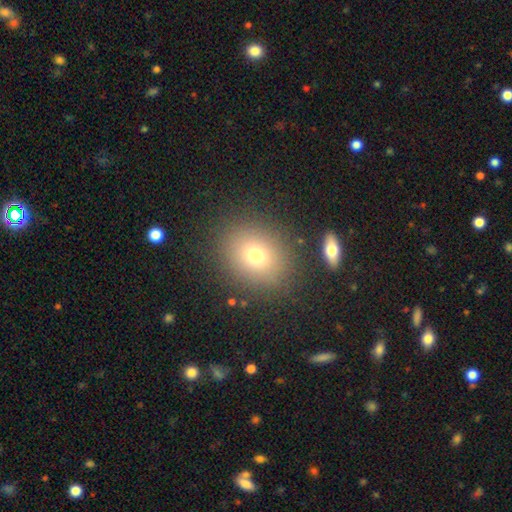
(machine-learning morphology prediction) Smooth or featured: smooth — 73% (star or artifact — 14%)
How rounded: round — 60% (in between — 39%)
Merging: none — 85% (minor disturbance — 8%)